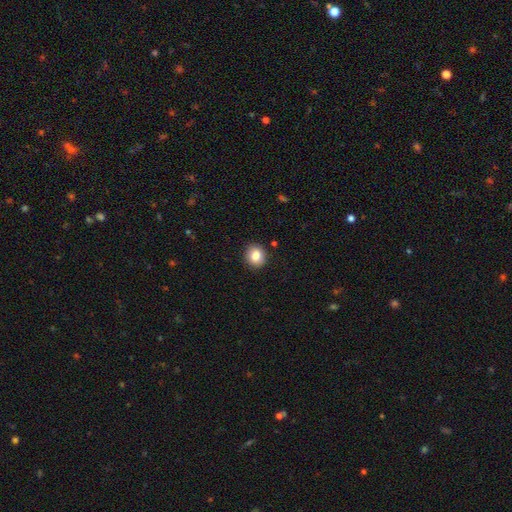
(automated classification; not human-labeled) Q: Smooth or featured?
A: smooth (86%); runner-up: star or artifact (9%)
Q: How rounded?
A: round (80%); runner-up: in between (19%)
Q: Merging?
A: none (89%); runner-up: minor disturbance (8%)